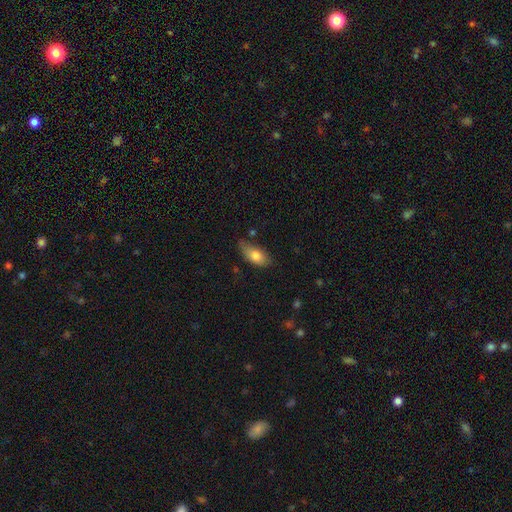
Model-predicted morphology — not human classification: This is likely a smooth galaxy (77%). How rounded: clearly in between (87%). Merging: likely none (65%).